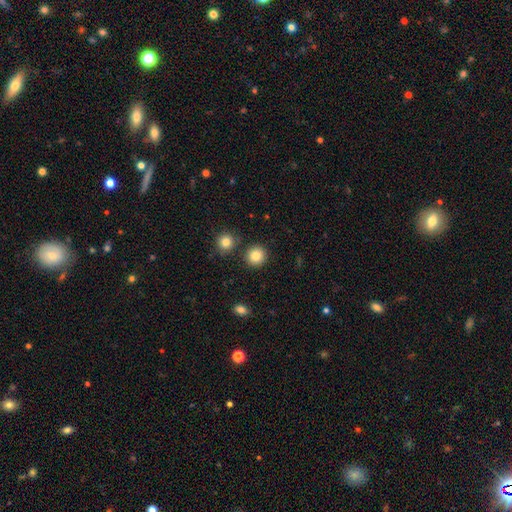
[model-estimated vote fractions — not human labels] This appears to be a smooth galaxy with no disk features (85%) that is round (92%). Merging: none (87%).